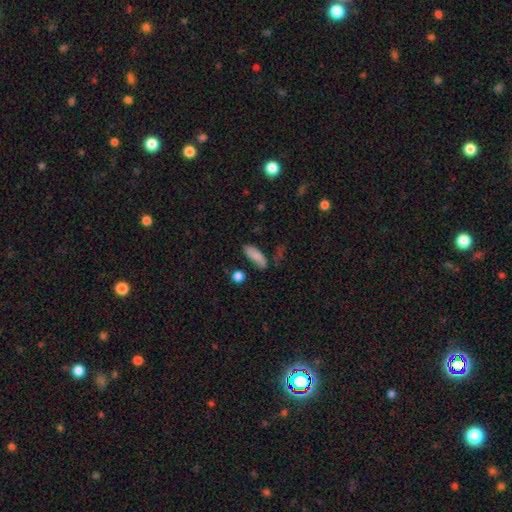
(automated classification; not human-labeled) smooth 82%, featured or disk 9%, star or artifact 9%. Down the decision tree: how rounded — in between (68%); merging — none (67%).